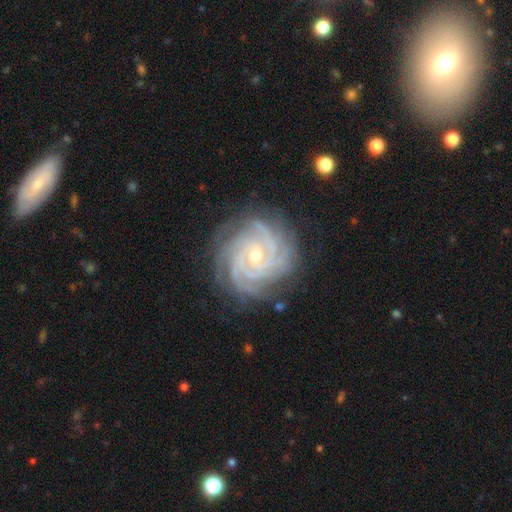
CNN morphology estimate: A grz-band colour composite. It shows a featured or disk galaxy (91%) with no bar (64%), 4 (35%) tight (82%) spiral arms (99%) and a small central bulge (54%). Merging: none (81%).